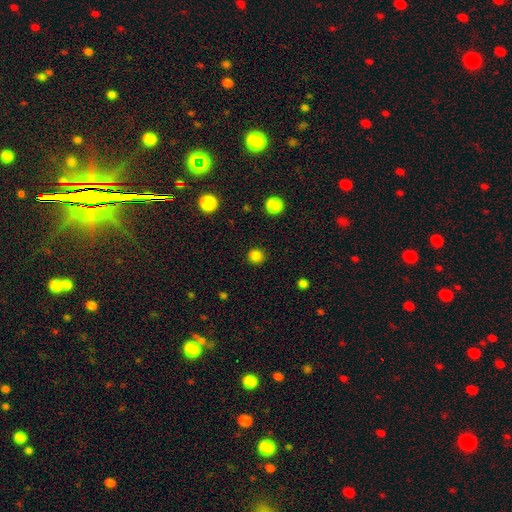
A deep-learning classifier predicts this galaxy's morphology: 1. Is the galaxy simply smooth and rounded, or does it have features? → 83% smooth, 13% star or artifact, 3% featured or disk.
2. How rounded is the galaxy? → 93% round, 6% in between, 1% cigar-shaped.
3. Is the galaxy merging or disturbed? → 90% none, 6% minor disturbance, 2% major disturbance, 1% merger.